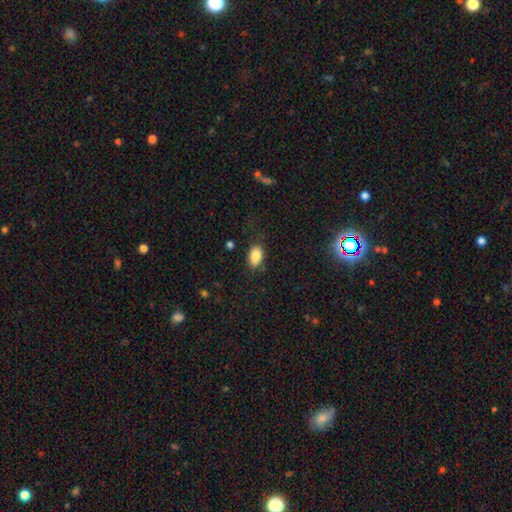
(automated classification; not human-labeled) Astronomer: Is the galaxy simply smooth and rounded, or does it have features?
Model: smooth — 85%.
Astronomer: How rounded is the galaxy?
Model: in between — 88%.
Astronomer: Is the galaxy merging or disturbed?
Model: none — 78%.